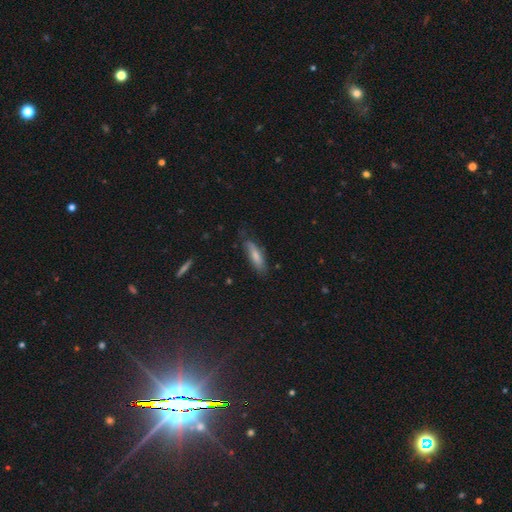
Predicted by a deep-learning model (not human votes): Morphology: type=smooth (70%); roundness=cigar-shaped (58%); merging=none (70%).